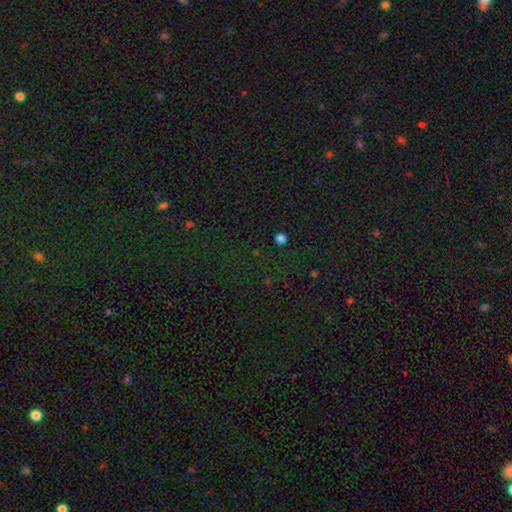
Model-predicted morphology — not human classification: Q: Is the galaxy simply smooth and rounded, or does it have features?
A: star or artifact — 76%.